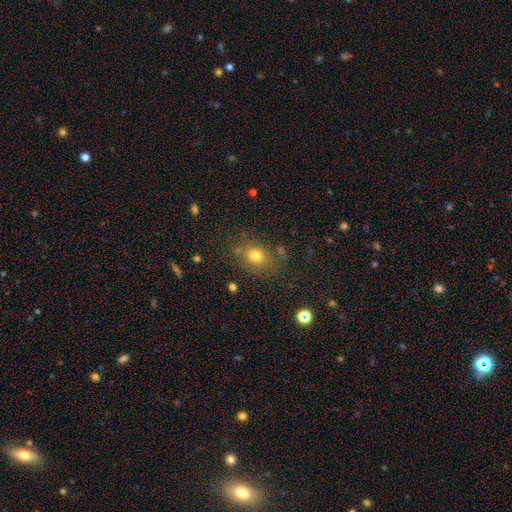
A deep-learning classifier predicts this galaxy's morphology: Q: Smooth or featured?
A: smooth (75%); runner-up: star or artifact (15%)
Q: How rounded?
A: round (51%); runner-up: in between (48%)
Q: Merging?
A: none (76%); runner-up: minor disturbance (14%)